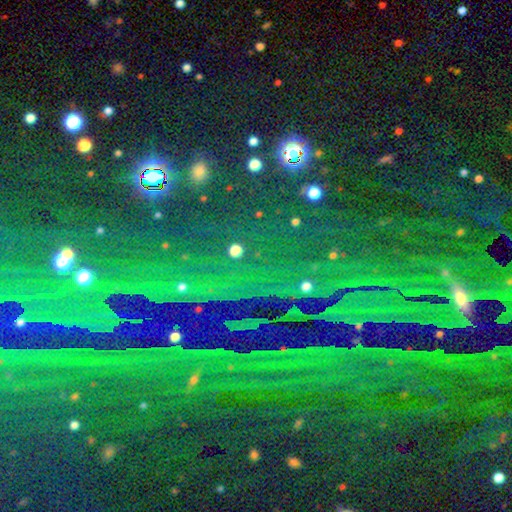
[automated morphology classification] This appears to be a star or artifact, not a galaxy (83%).